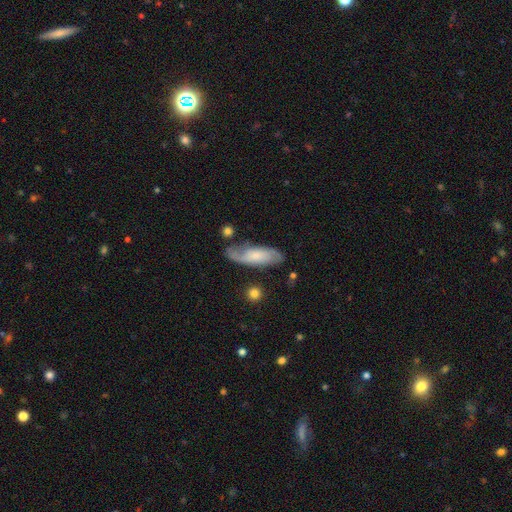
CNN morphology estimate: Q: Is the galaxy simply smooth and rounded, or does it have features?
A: featured or disk — 61%.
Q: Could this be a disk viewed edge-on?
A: no — 86%.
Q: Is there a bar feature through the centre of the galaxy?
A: no — 59%.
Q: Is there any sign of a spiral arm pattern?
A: yes — 91%.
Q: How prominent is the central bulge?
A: small — 44%.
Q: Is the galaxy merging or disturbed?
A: none — 69%.